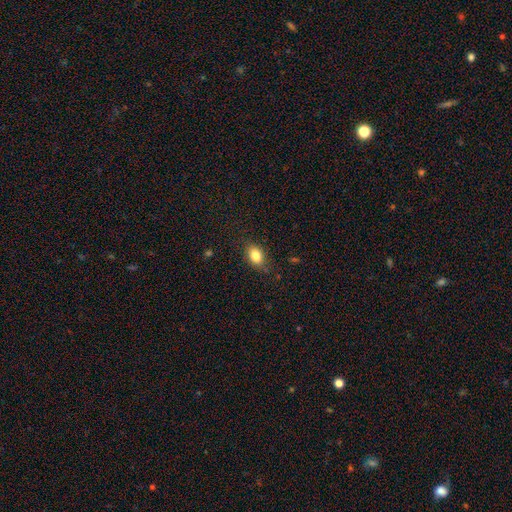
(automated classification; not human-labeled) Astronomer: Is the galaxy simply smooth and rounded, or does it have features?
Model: smooth — 84%.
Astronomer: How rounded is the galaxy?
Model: in between — 78%.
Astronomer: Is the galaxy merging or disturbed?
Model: none — 79%.